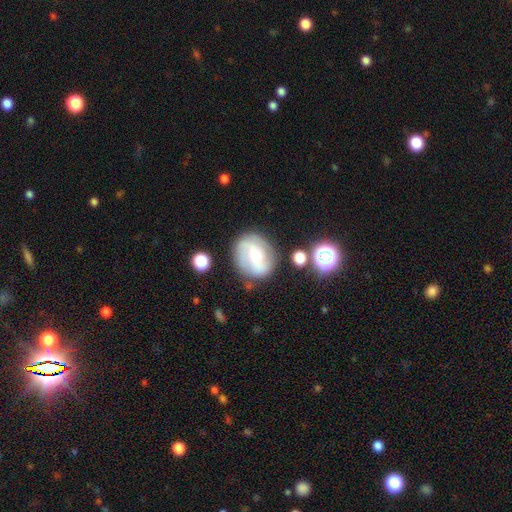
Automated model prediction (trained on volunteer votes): Smooth or featured? Predicted: featured or disk (p=0.60). Edge-on disk? Predicted: no (p=0.96). Bar? Predicted: no (p=0.42). Spiral arms? Predicted: yes (p=0.78). Bulge size? Predicted: moderate (p=0.54). Merging? Predicted: none (p=0.72).